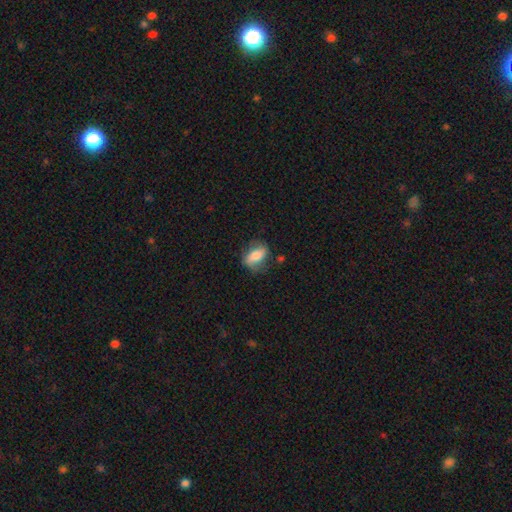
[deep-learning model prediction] Q: Smooth or featured?
A: smooth (56%); runner-up: featured or disk (36%)
Q: How rounded?
A: in between (82%); runner-up: round (12%)
Q: Merging?
A: none (64%); runner-up: minor disturbance (24%)